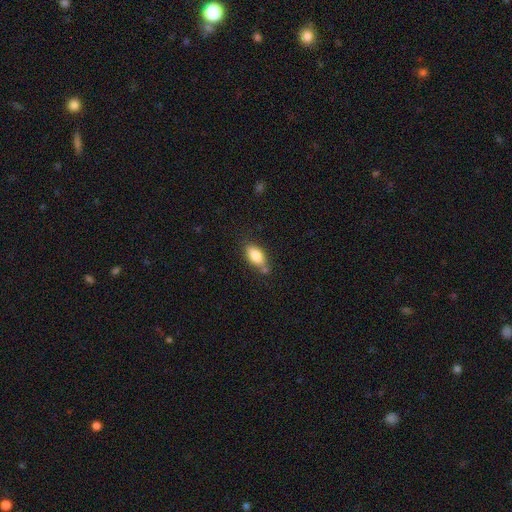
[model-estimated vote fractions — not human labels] smooth 81%, featured or disk 11%, star or artifact 7%. Down the decision tree: how rounded — in between (88%); merging — none (67%).